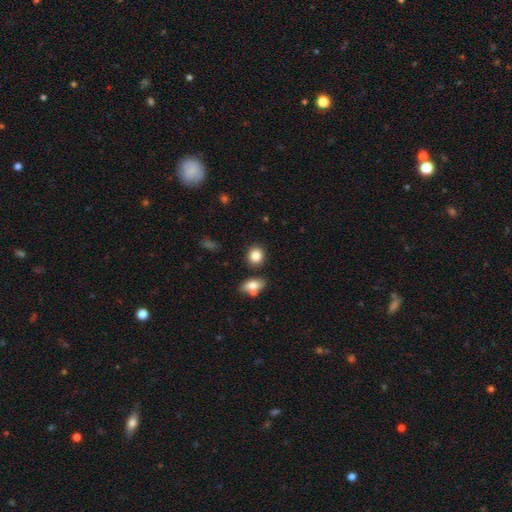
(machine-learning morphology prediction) Smooth or featured? Predicted: smooth (p=0.84). How rounded? Predicted: round (p=0.70). Merging? Predicted: none (p=0.81).